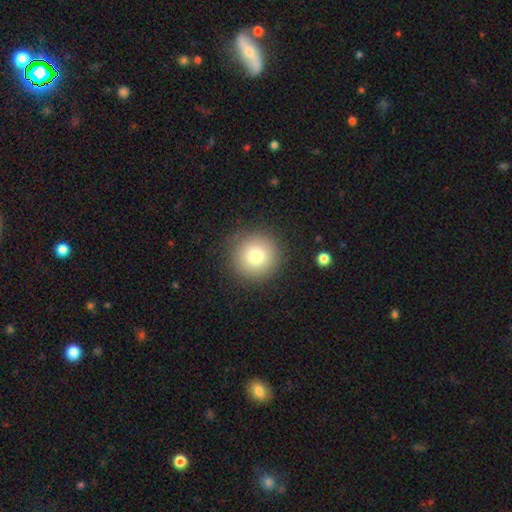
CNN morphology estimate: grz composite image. It shows a smooth galaxy with no disk features (78%) that is round (95%). Merging: none (89%).